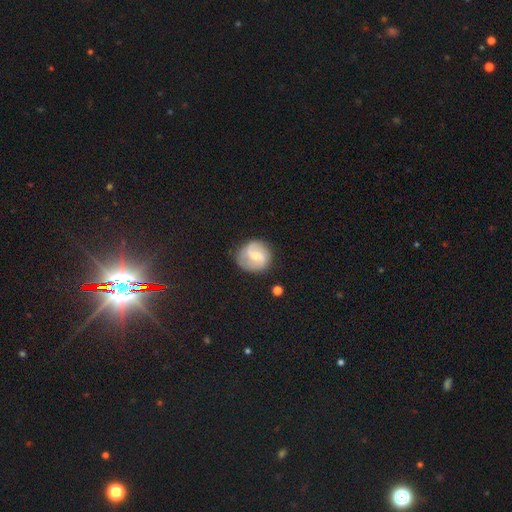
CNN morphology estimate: Smooth or featured?
  - featured or disk: 71% *
  - smooth: 23%
  - star or artifact: 6%
Edge-on disk?
  - no: 98% *
  - yes: 2%
Bar?
  - weak: 54% *
  - no: 31%
  - strong: 15%
Spiral arms?
  - yes: 92% *
  - no: 8%
Spiral winding?
  - medium: 47% *
  - loose: 30%
  - tight: 23%
Spiral arm count?
  - 2: 82% *
  - can't tell: 8%
  - 1: 4%
  - 3: 3%
  - 4: 1%
  - more than 4: 1%
Bulge size?
  - small: 50% *
  - moderate: 44%
  - none: 3%
  - large: 2%
  - dominant: 1%
Merging?
  - none: 74% *
  - minor disturbance: 18%
  - major disturbance: 6%
  - merger: 2%